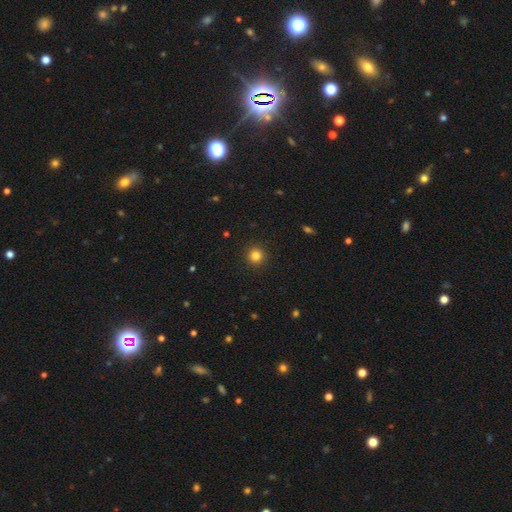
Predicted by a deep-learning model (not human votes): Q: Smooth or featured?
A: smooth (83%); runner-up: star or artifact (12%)
Q: How rounded?
A: round (95%); runner-up: in between (4%)
Q: Merging?
A: none (92%); runner-up: minor disturbance (5%)